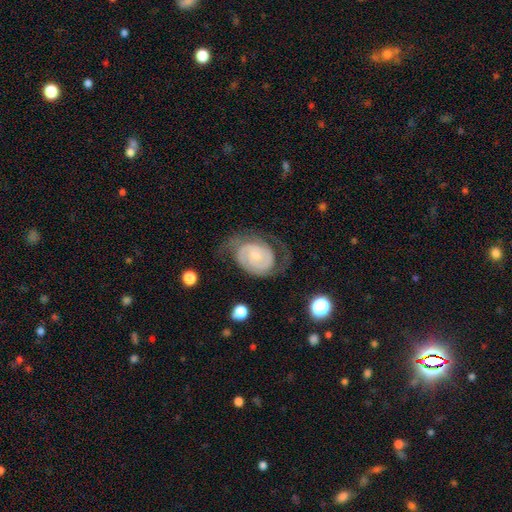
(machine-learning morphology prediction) featured or disk 83%, smooth 11%, star or artifact 5%. Down the decision tree: edge-on disk — no (97%); bar — no (67%); spiral arms — yes (94%); spiral arm count — 2 (66%); spiral winding — tight (59%); bulge size — small (75%); merging — none (57%).